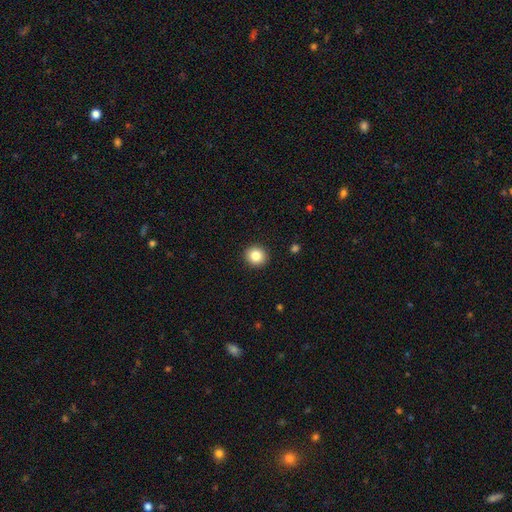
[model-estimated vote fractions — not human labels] Smooth or featured? Predicted: smooth (p=0.84). How rounded? Predicted: round (p=0.88). Merging? Predicted: none (p=0.92).